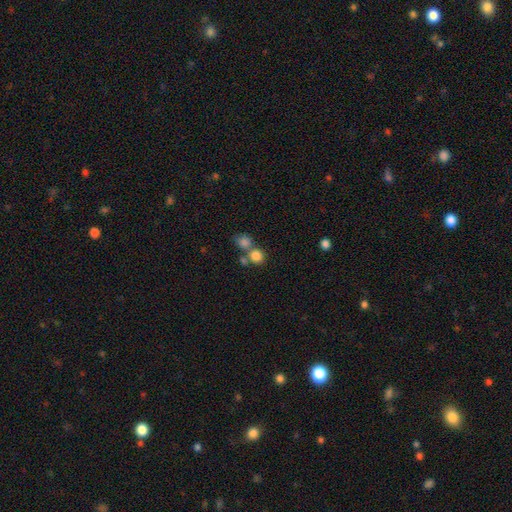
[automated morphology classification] A smooth galaxy with no disk features (81%) that is round (84%).

Vote fractions:
- Smooth or featured? smooth: 81% / star or artifact: 11% / featured or disk: 7%
- How rounded? round: 84% / in between: 15% / cigar-shaped: 1%
- Merging? none: 49% / merger: 39% / minor disturbance: 8% / major disturbance: 4%